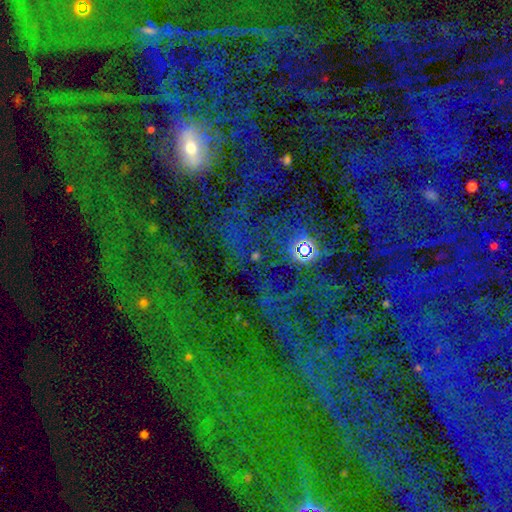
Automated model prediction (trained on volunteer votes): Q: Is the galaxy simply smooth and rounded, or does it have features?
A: star or artifact — 76%.